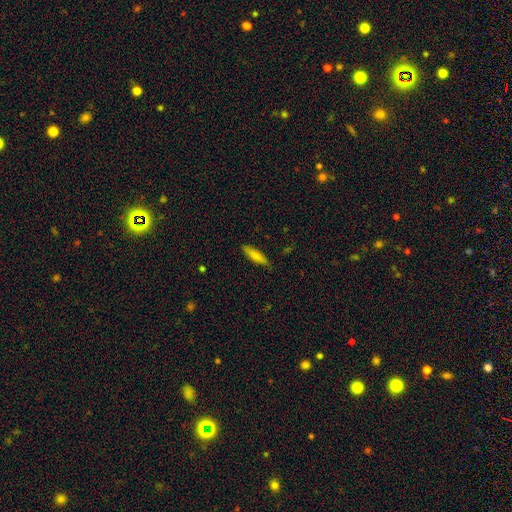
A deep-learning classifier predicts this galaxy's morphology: smooth_or_featured: smooth (p=0.76) [alt: featured or disk p=0.17]
how_rounded: cigar-shaped (p=0.70) [alt: in between p=0.29]
merging: none (p=0.85) [alt: minor disturbance p=0.11]